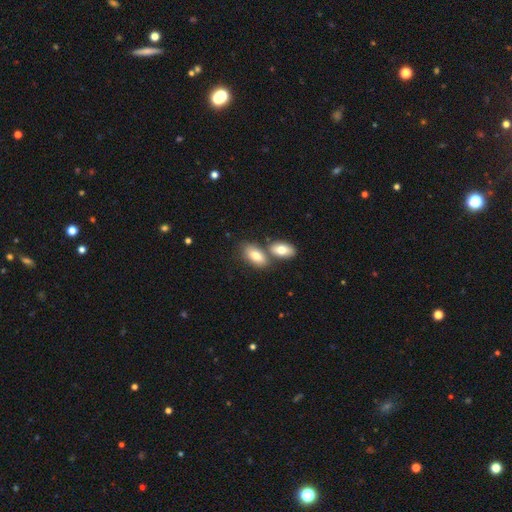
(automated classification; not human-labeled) Smooth or featured? Predicted: smooth (p=0.76). How rounded? Predicted: in between (p=0.92). Merging? Predicted: none (p=0.48).